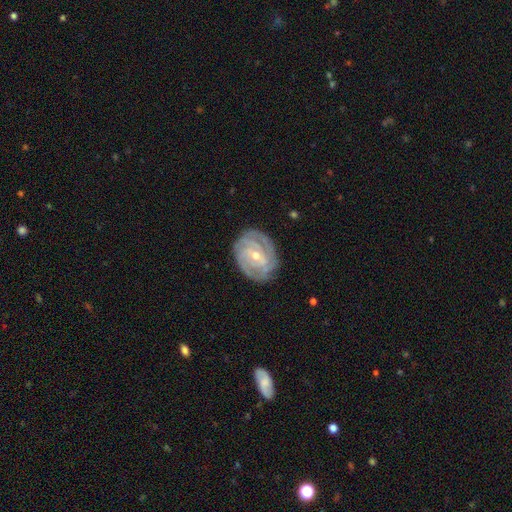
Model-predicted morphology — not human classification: featured or disk 85%, smooth 9%, star or artifact 6%. Down the decision tree: edge-on disk — no (97%); bar — weak (44%); spiral arms — yes (95%); spiral arm count — 2 (27%); spiral winding — tight (72%); bulge size — small (60%); merging — none (80%).